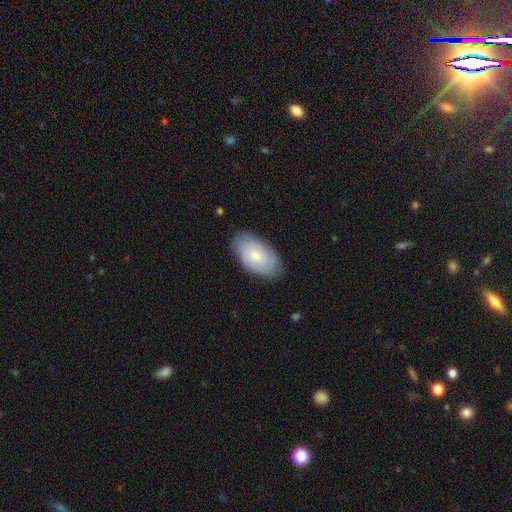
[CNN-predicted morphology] Smooth or featured? Predicted: smooth (p=0.69). How rounded? Predicted: in between (p=0.95). Merging? Predicted: none (p=0.79).